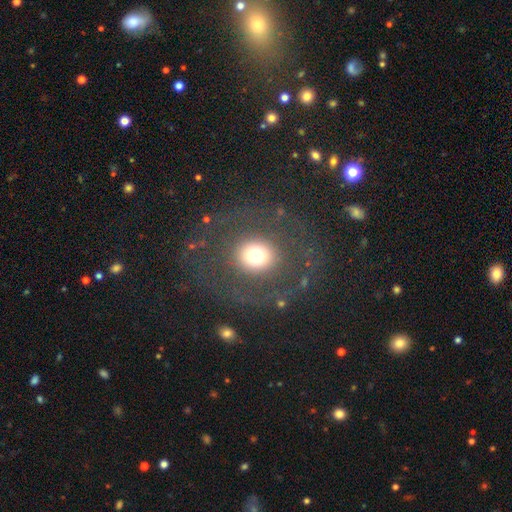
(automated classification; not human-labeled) Q: Smooth or featured?
A: smooth (53%); runner-up: featured or disk (31%)
Q: How rounded?
A: round (81%); runner-up: in between (18%)
Q: Merging?
A: none (76%); runner-up: major disturbance (12%)